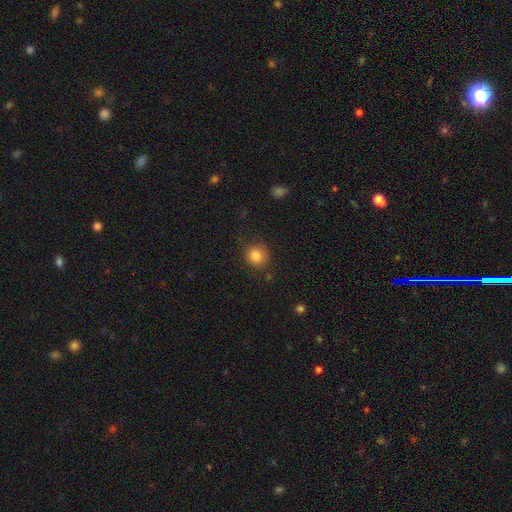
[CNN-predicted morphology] This appears to be a smooth galaxy with no disk features (83%) that is round (88%). Merging: none (80%).